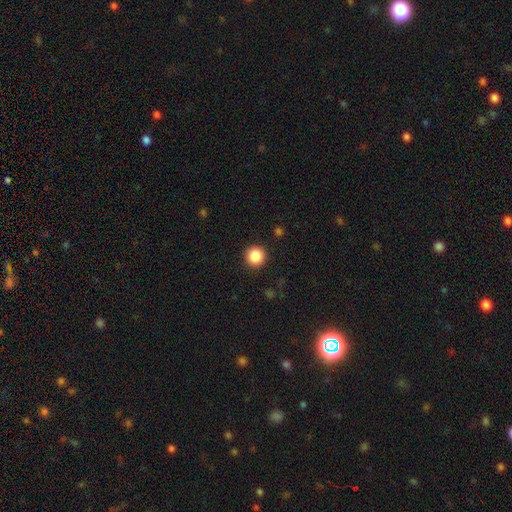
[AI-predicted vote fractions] smooth 87%, star or artifact 10%, featured or disk 4%. Down the decision tree: how rounded — round (95%); merging — none (92%).